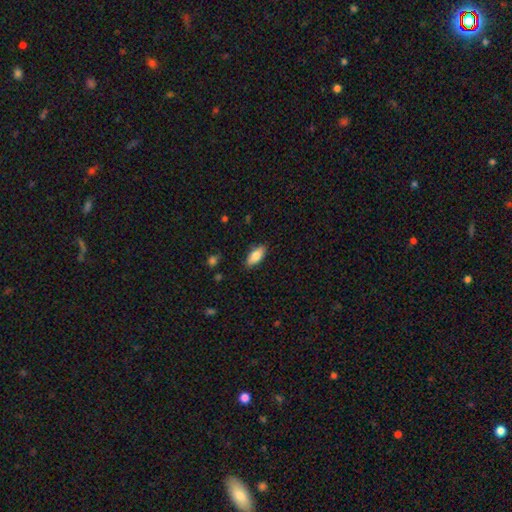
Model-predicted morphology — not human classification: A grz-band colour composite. It shows a smooth galaxy with no disk features (81%) that is in between round and cigar-shaped (86%). Merging: none (86%).